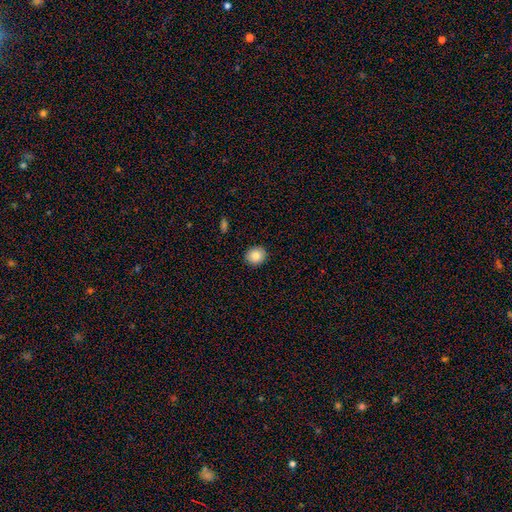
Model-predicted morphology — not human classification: Smooth or featured?
  - smooth: 83% *
  - star or artifact: 9%
  - featured or disk: 8%
How rounded?
  - round: 82% *
  - in between: 18%
  - cigar-shaped: 1%
Merging?
  - none: 91% *
  - minor disturbance: 7%
  - major disturbance: 2%
  - merger: 1%